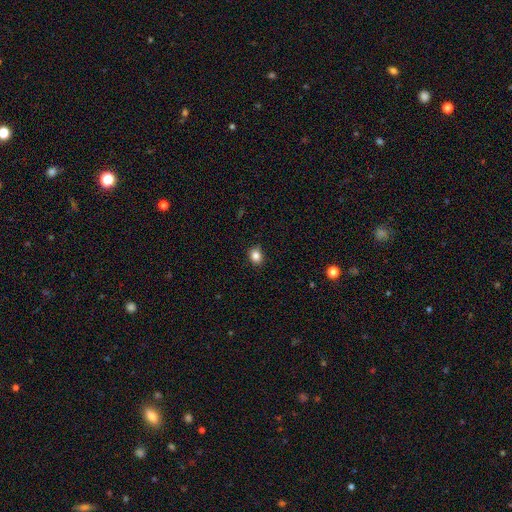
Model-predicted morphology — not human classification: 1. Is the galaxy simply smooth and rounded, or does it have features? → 84% smooth, 11% star or artifact, 5% featured or disk.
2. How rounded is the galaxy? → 60% round, 39% in between, 1% cigar-shaped.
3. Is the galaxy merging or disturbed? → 86% none, 11% minor disturbance, 2% major disturbance, 1% merger.